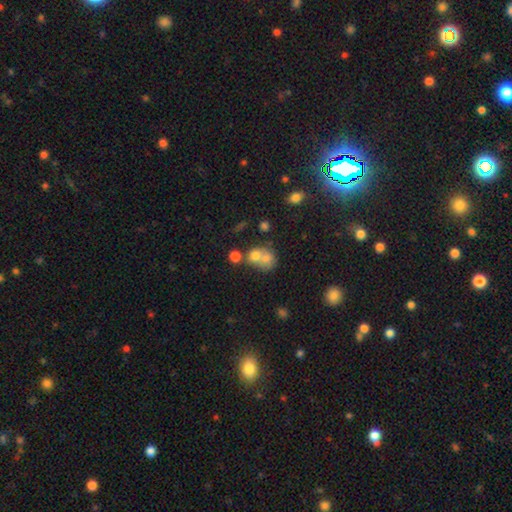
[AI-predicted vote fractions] smooth 69%, featured or disk 20%, star or artifact 12%. Down the decision tree: how rounded — round (66%); merging — merger (61%).